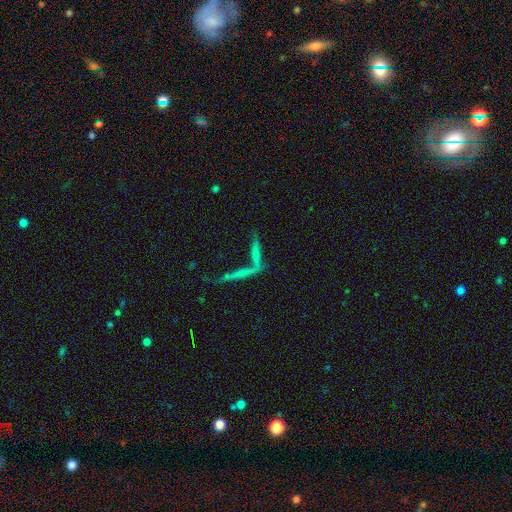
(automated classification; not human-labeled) Smooth or featured? Predicted: smooth (p=0.52). How rounded? Predicted: cigar-shaped (p=0.83). Merging? Predicted: merger (p=0.45).